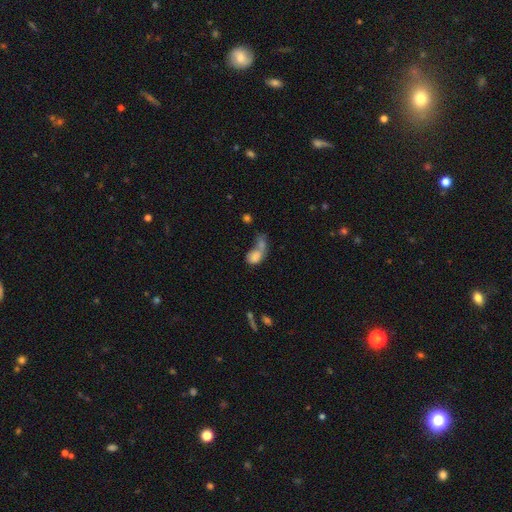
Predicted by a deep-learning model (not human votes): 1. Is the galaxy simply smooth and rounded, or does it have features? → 75% smooth, 15% featured or disk, 10% star or artifact.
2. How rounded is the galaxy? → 73% in between, 23% round, 4% cigar-shaped.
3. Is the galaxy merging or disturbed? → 57% merger, 18% none, 15% major disturbance, 10% minor disturbance.